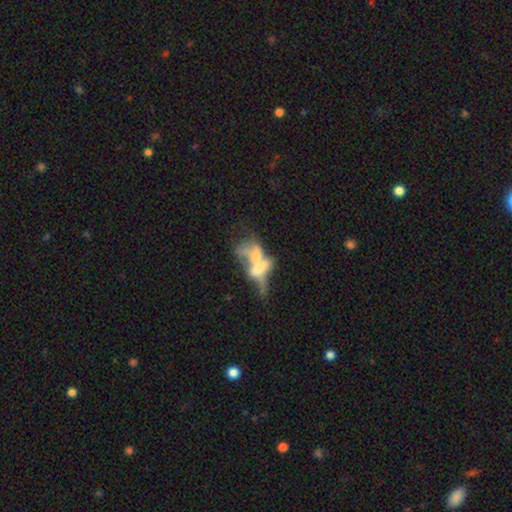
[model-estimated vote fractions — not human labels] Overall: featured or disk (55%; smooth 33%). Edge-on disk: no (84%). Merging: merger (65%).